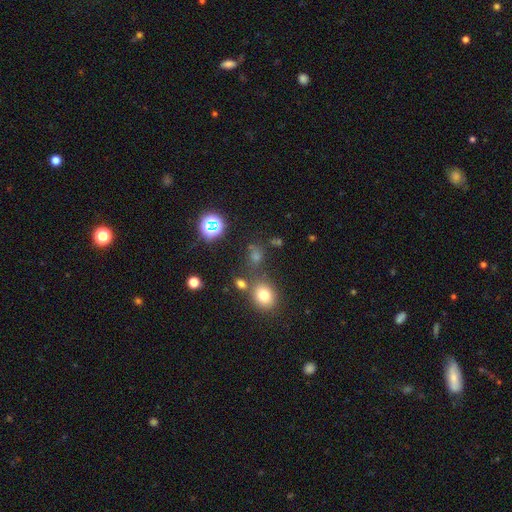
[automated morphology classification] This is possibly a smooth galaxy (51%). How rounded: likely round (71%). Merging: likely none (71%).